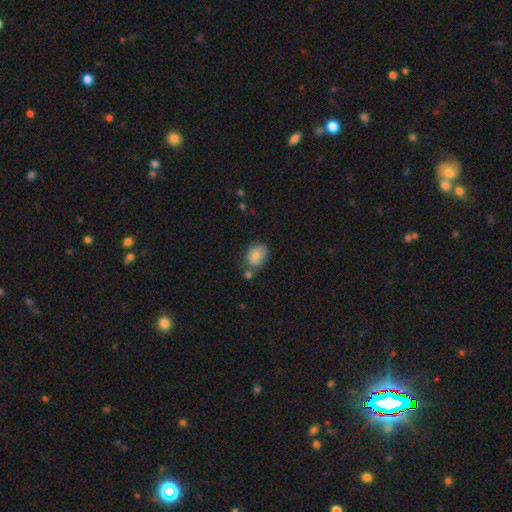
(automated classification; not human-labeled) Smooth or featured? smooth (84%)
How rounded? in between (76%)
Merging? none (61%)